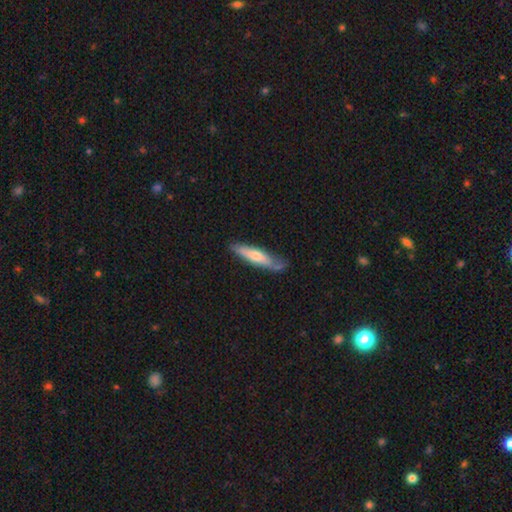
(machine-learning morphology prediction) smooth 56%, featured or disk 38%, star or artifact 5%. Down the decision tree: how rounded — cigar-shaped (82%); merging — none (69%).